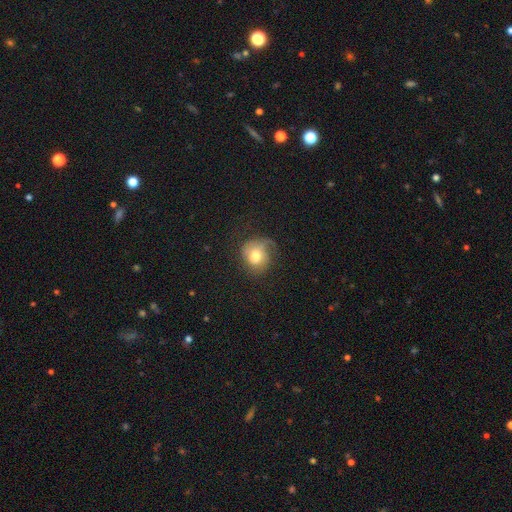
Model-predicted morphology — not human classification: Smooth or featured?
  - smooth: 58% *
  - featured or disk: 33%
  - star or artifact: 9%
How rounded?
  - round: 70% *
  - in between: 29%
  - cigar-shaped: 1%
Merging?
  - none: 49% *
  - minor disturbance: 28%
  - major disturbance: 22%
  - merger: 2%